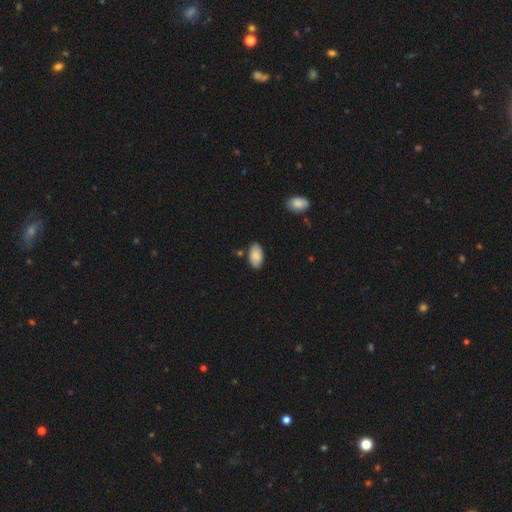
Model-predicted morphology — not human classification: type=smooth (86%); roundness=in between (95%); merging=none (82%).